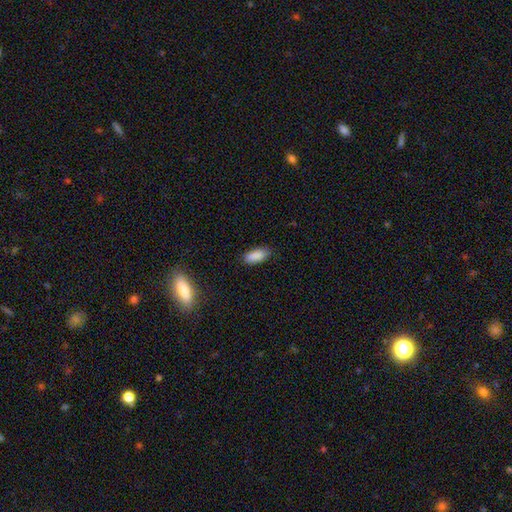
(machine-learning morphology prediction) smooth_or_featured: smooth (p=0.88) [alt: star or artifact p=0.08]
how_rounded: in between (p=0.82) [alt: cigar-shaped p=0.16]
merging: none (p=0.83) [alt: minor disturbance p=0.13]